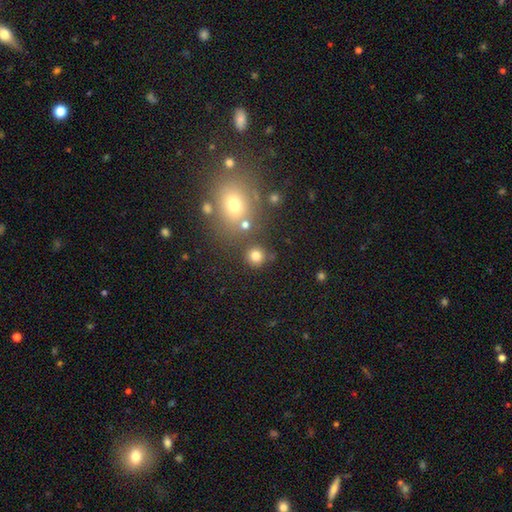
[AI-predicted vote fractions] Smooth or featured? smooth (79%)
How rounded? round (91%)
Merging? none (80%)